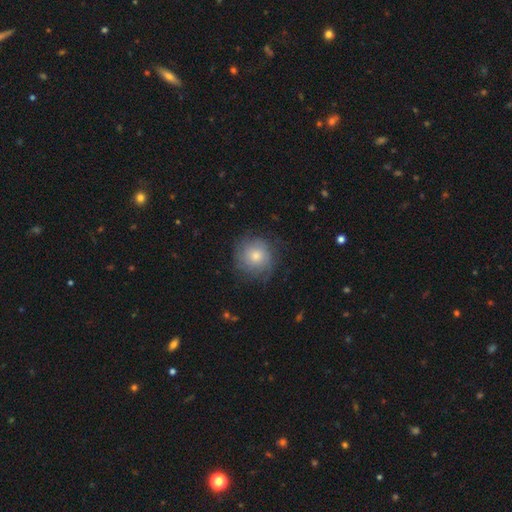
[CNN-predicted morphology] smooth 63%, featured or disk 28%, star or artifact 9%. Down the decision tree: how rounded — round (92%); merging — none (73%).